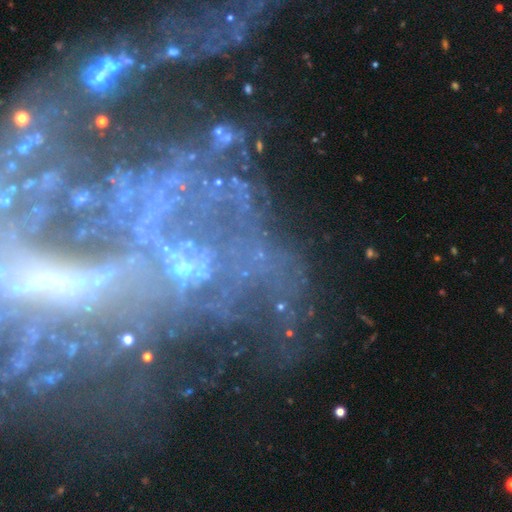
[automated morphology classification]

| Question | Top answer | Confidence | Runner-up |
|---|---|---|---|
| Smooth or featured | featured or disk | 60% | star or artifact (29%) |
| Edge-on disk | no | 95% | yes (5%) |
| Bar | no | 71% | weak (18%) |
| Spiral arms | no | 53% | yes (47%) |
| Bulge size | small | 46% | none (30%) |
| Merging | none | 43% | major disturbance (27%) |